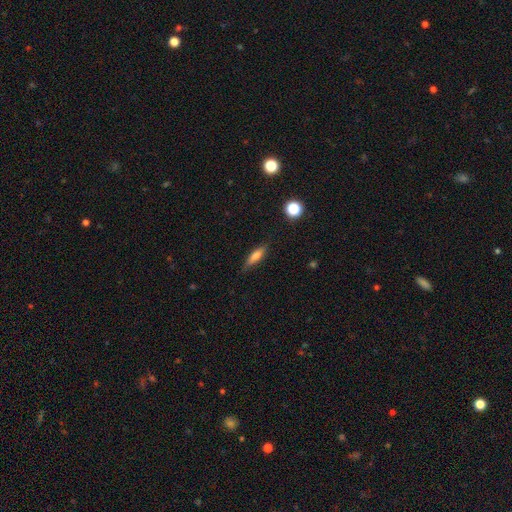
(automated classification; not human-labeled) The model was most divided on "how rounded": cigar-shaped: 63%, in between: 34%, round: 3%. More confident: merging — none (80%); smooth or featured — smooth (69%).